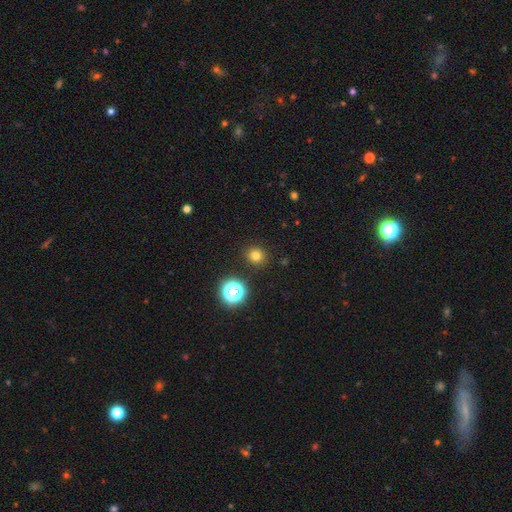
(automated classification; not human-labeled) This appears to be a smooth galaxy with no disk features (75%) that is round (88%). Merging: none (90%).